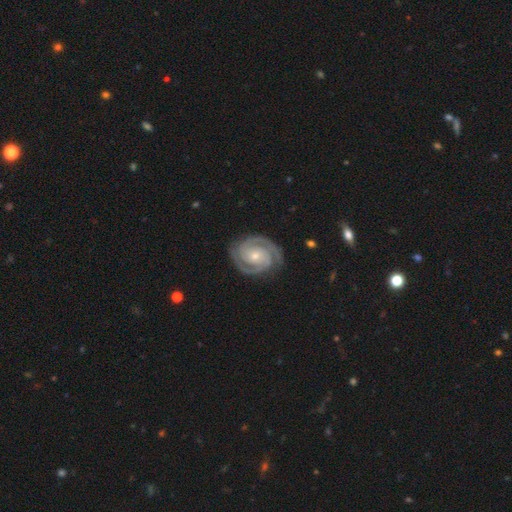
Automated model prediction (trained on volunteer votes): smooth-or-featured: featured or disk: 92% | smooth: 4% | star or artifact: 4%
  disk-edge-on: no: 98% | yes: 2%
    bar: no: 65% | weak: 24% | strong: 11%
    has-spiral-arms: yes: 99% | no: 1%
      spiral-winding: tight: 74% | medium: 24% | loose: 3%
      spiral-arm-count: 2: 82% | 3: 10% | can't tell: 3% | 4: 2% | 1: 2% | more than 4: 2%
    bulge-size: small: 66% | moderate: 30% | none: 2% | large: 2% | dominant: 1%
  merging: none: 84% | minor disturbance: 12% | major disturbance: 3% | merger: 1%